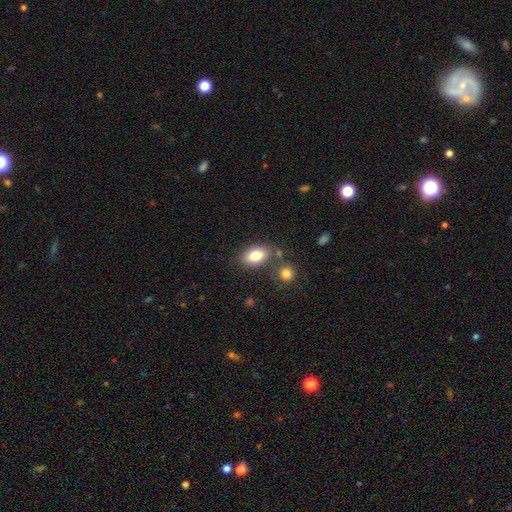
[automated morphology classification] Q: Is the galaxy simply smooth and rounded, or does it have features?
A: smooth — 81%.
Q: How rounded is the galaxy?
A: in between — 86%.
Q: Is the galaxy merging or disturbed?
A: none — 70%.